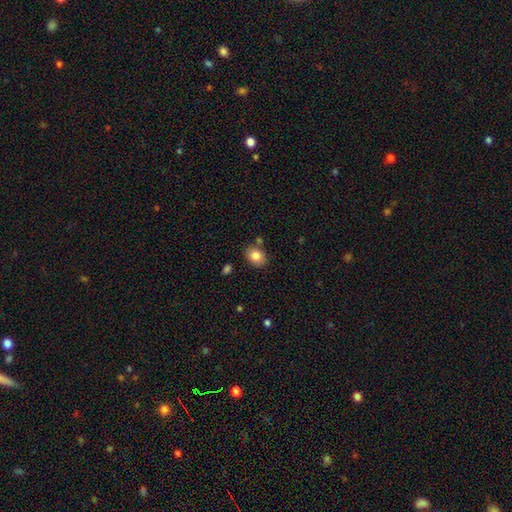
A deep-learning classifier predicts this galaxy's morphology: This is clearly a smooth galaxy (83%). How rounded: possibly in between (56%). Merging: likely none (78%).